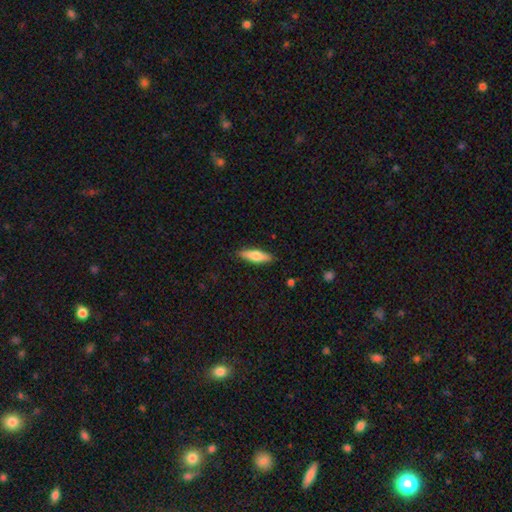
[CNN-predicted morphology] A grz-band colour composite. It shows a smooth galaxy with no disk features (66%) that is cigar-shaped (59%). Merging: none (87%).